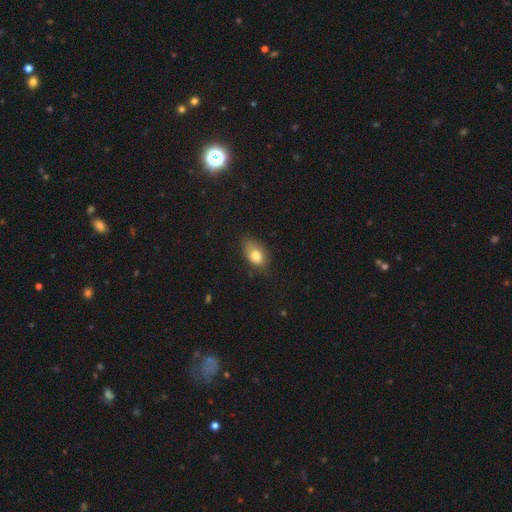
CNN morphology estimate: A smooth galaxy with no disk features (79%) that is in between round and cigar-shaped (87%). Merging: none (66%).